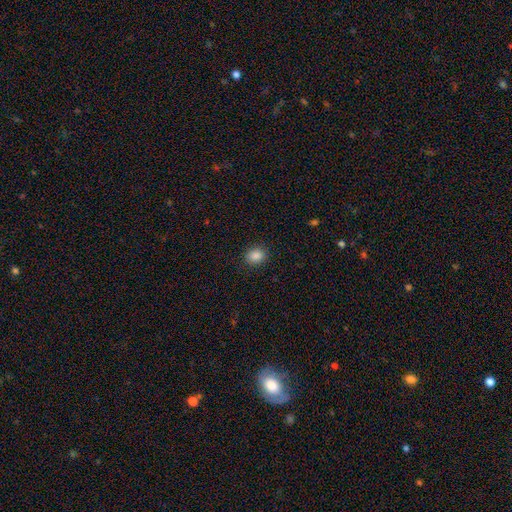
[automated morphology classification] Smooth or featured: smooth — 86% (star or artifact — 11%)
How rounded: round — 59% (in between — 40%)
Merging: none — 90% (minor disturbance — 7%)